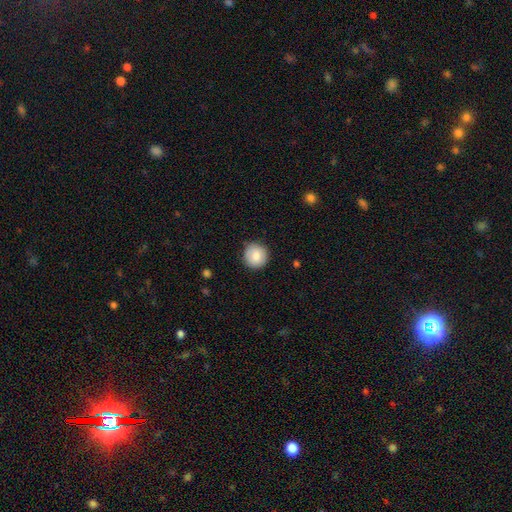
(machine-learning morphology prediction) smooth_or_featured: smooth (p=0.83) [alt: featured or disk p=0.09]
how_rounded: round (p=0.93) [alt: in between p=0.06]
merging: none (p=0.86) [alt: minor disturbance p=0.10]